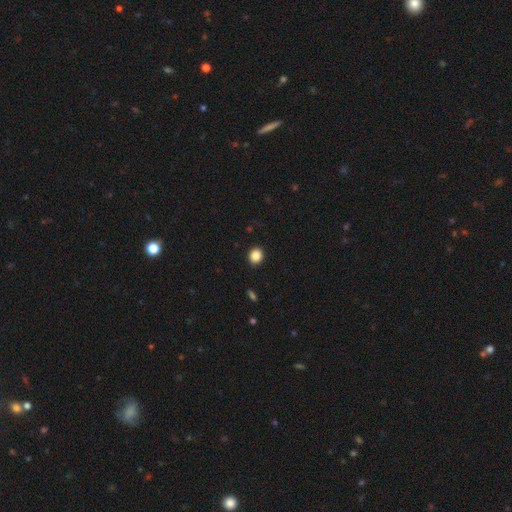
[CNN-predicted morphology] Smooth or featured: smooth — 87% (star or artifact — 10%)
How rounded: round — 73% (in between — 26%)
Merging: none — 91% (minor disturbance — 6%)